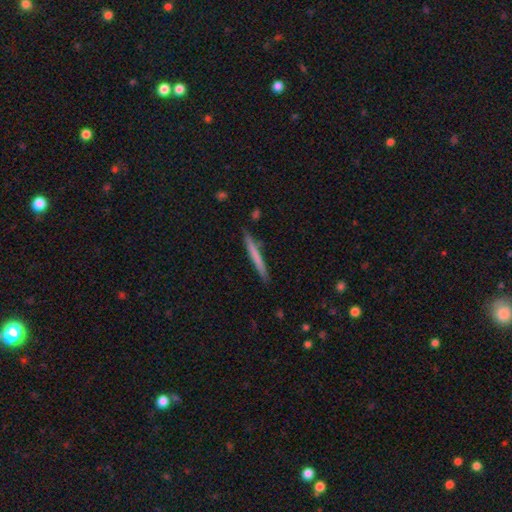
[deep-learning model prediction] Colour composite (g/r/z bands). It shows a smooth galaxy with no disk features (63%) that is cigar-shaped (97%). Merging: none (88%).